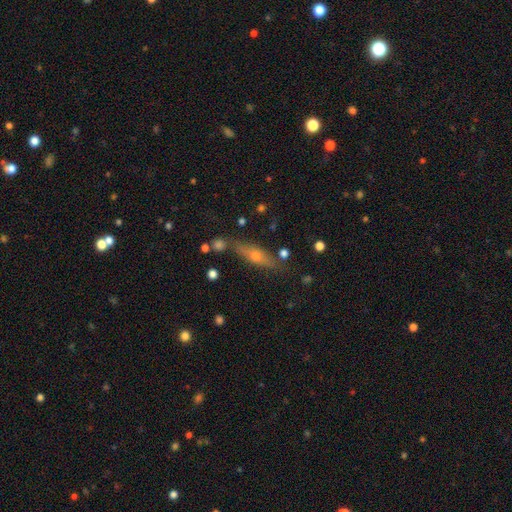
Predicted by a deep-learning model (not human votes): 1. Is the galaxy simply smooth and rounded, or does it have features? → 52% featured or disk, 36% smooth, 13% star or artifact.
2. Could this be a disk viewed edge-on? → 80% yes, 20% no.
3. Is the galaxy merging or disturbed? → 76% none, 14% minor disturbance, 7% merger, 4% major disturbance.